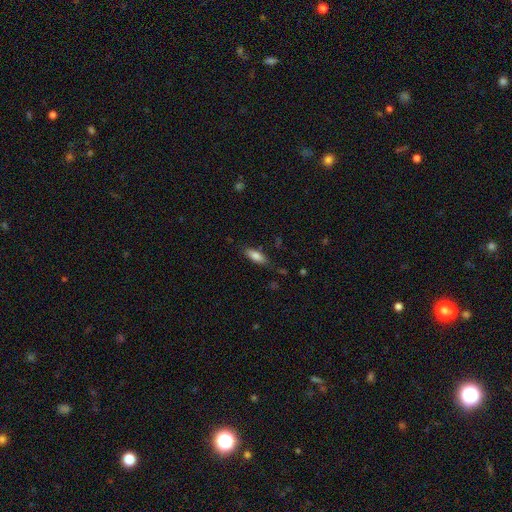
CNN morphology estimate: smooth-or-featured: smooth: 80% | featured or disk: 13% | star or artifact: 7%
  how-rounded: in between: 68% | cigar-shaped: 30% | round: 2%
  merging: none: 80% | minor disturbance: 15% | major disturbance: 3% | merger: 2%